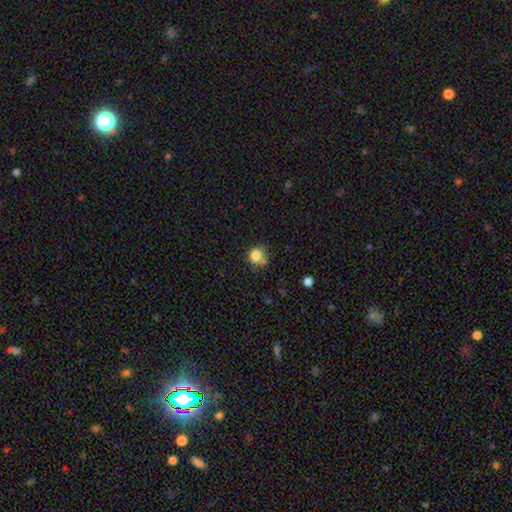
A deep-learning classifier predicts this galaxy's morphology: This is clearly a smooth galaxy (81%). How rounded: clearly round (85%). Merging: possibly none (57%).